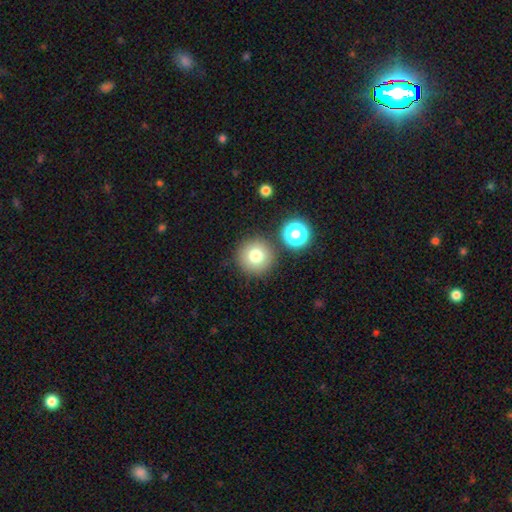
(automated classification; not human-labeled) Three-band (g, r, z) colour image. It shows a smooth galaxy with no disk features (77%) that is round (96%). Merging: none (84%).